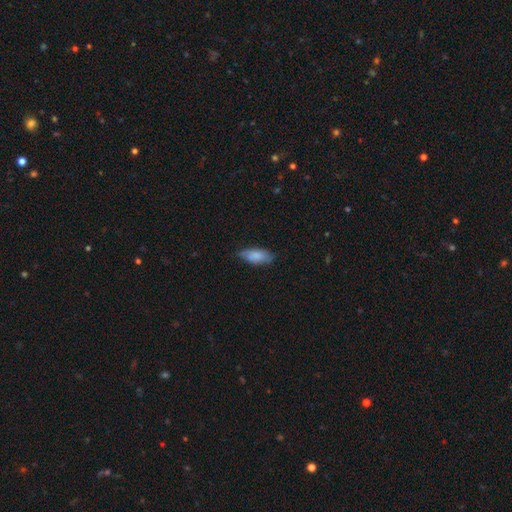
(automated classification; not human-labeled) Smooth or featured? smooth (81%)
How rounded? in between (80%)
Merging? none (73%)